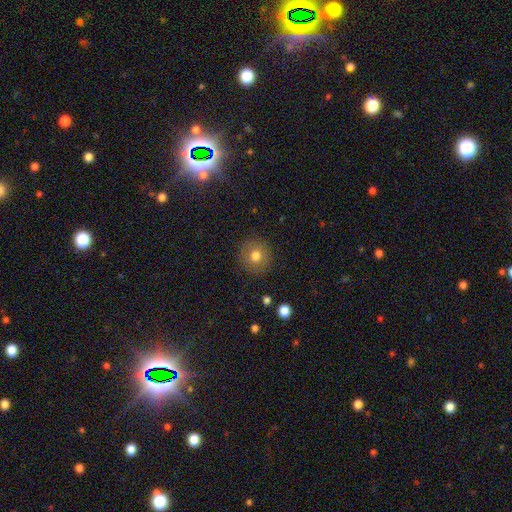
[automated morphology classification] Smooth or featured? Predicted: smooth (p=0.73). How rounded? Predicted: round (p=0.91). Merging? Predicted: none (p=0.88).